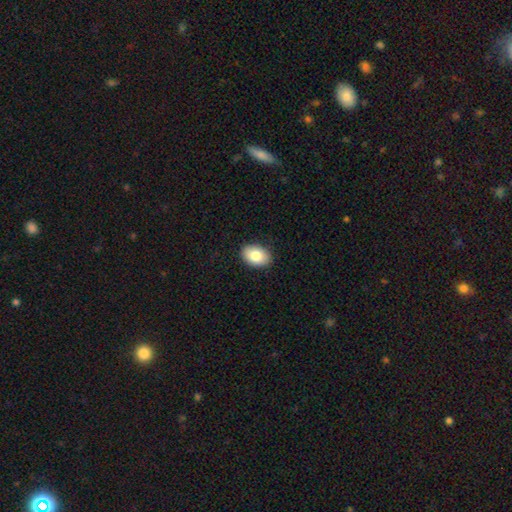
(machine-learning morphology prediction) Smooth or featured: smooth — 83% (featured or disk — 10%)
How rounded: in between — 84% (round — 15%)
Merging: none — 89% (minor disturbance — 8%)